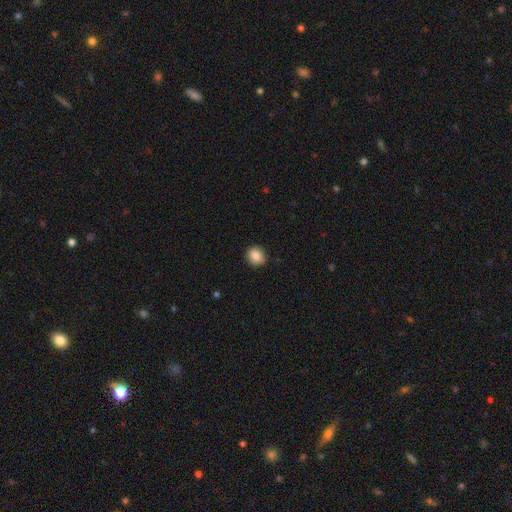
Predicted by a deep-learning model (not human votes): Overall: smooth (85%). How rounded: round (83%). Merging: none (88%).